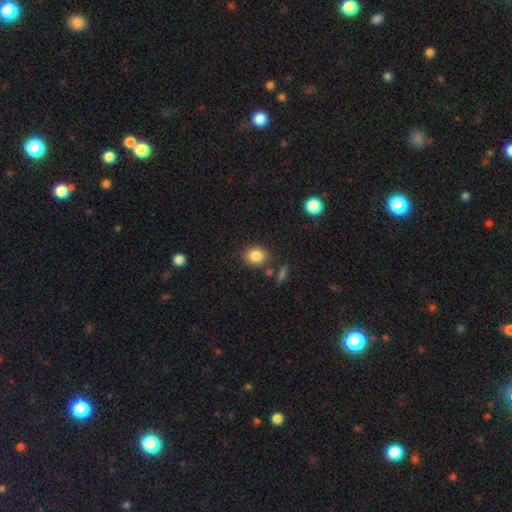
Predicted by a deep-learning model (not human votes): Morphology: type=smooth (84%); roundness=round (63%); merging=none (79%).